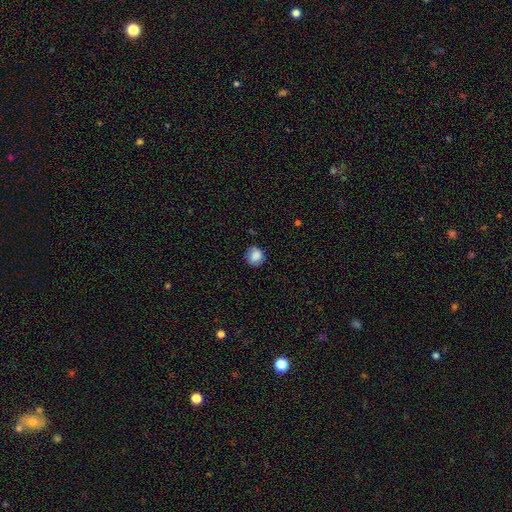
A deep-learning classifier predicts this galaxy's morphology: Smooth or featured? smooth (86%)
How rounded? round (82%)
Merging? none (79%)